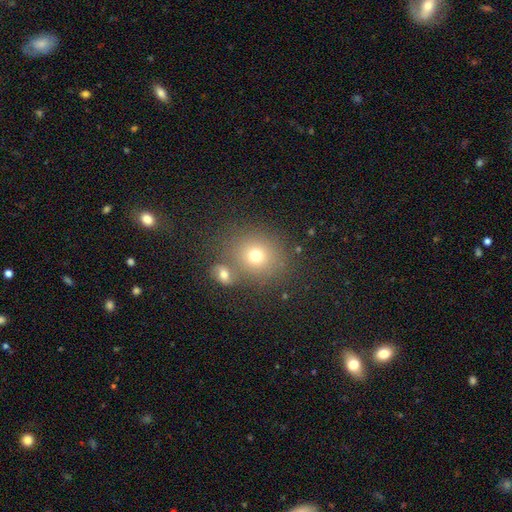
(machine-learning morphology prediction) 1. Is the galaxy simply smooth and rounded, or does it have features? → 72% smooth, 16% star or artifact, 12% featured or disk.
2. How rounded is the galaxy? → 80% round, 19% in between, 1% cigar-shaped.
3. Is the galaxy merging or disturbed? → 69% none, 17% merger, 10% minor disturbance, 5% major disturbance.